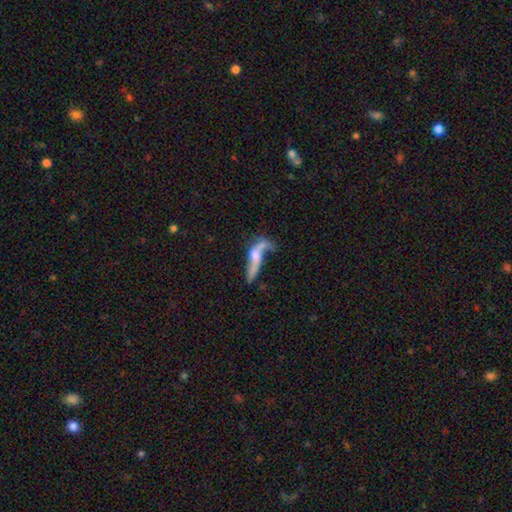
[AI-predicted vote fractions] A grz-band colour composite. It shows a featured or disk galaxy (55%). Merging: major disturbance (31%).